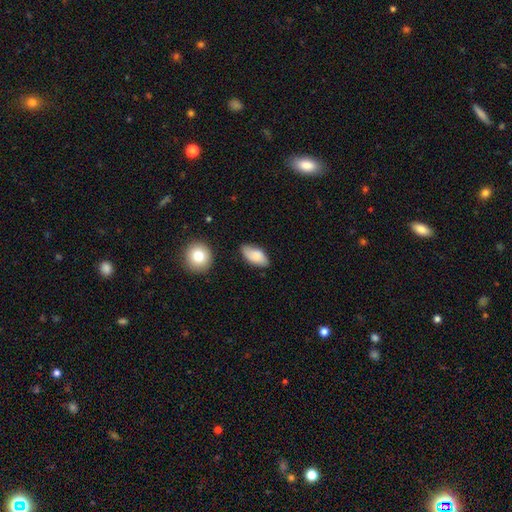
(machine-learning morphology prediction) smooth 78%, featured or disk 14%, star or artifact 7%. Down the decision tree: how rounded — in between (91%); merging — none (69%).